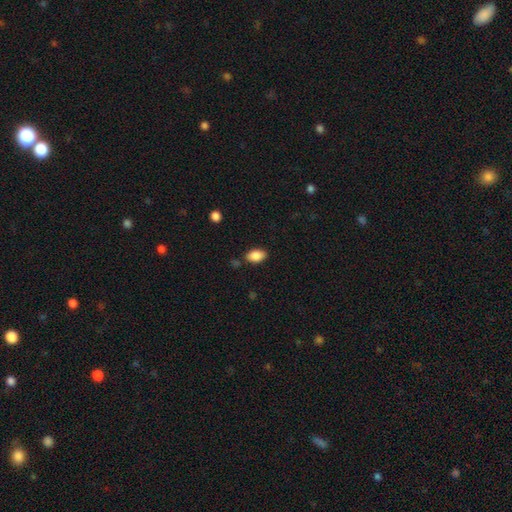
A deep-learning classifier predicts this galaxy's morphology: Smooth or featured? Predicted: smooth (p=0.87). How rounded? Predicted: in between (p=0.91). Merging? Predicted: none (p=0.82).